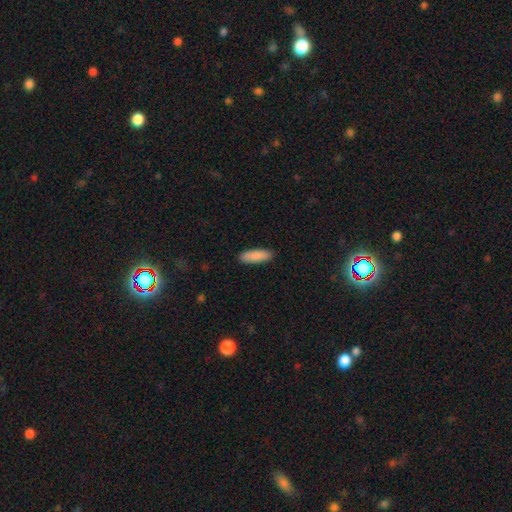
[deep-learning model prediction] This appears to be a smooth galaxy with no disk features (89%) that is in between round and cigar-shaped (50%). Merging: none (90%).